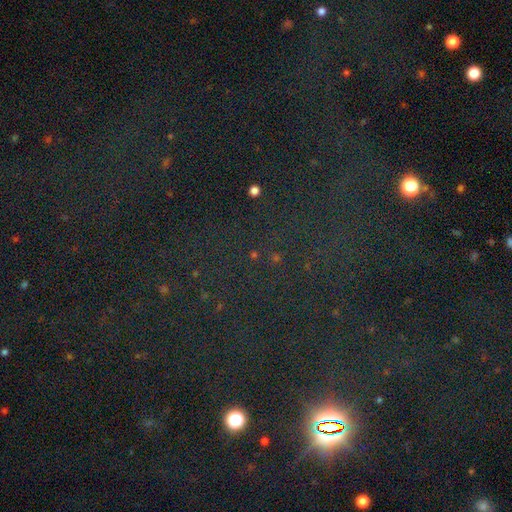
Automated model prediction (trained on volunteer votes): Overall: star or artifact (78%).